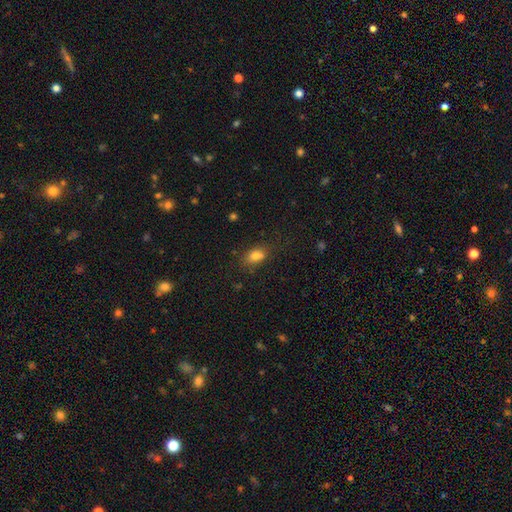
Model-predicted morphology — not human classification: Smooth or featured?
  - smooth: 81% *
  - star or artifact: 11%
  - featured or disk: 8%
How rounded?
  - in between: 81% *
  - round: 15%
  - cigar-shaped: 4%
Merging?
  - none: 63% *
  - minor disturbance: 22%
  - merger: 8%
  - major disturbance: 7%